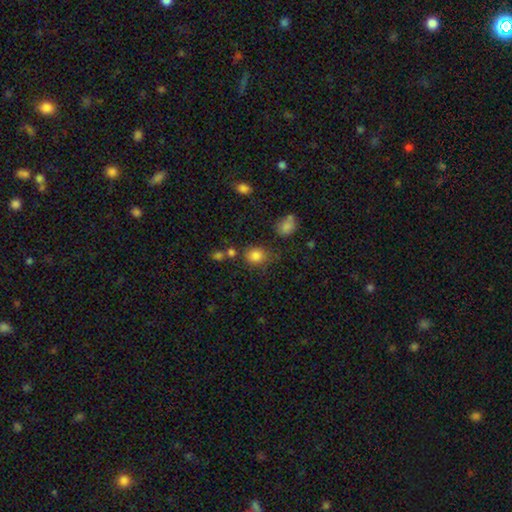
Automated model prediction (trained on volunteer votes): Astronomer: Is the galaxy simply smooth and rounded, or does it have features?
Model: smooth — 82%.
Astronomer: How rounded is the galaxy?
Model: round — 65%.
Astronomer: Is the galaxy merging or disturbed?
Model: none — 64%.